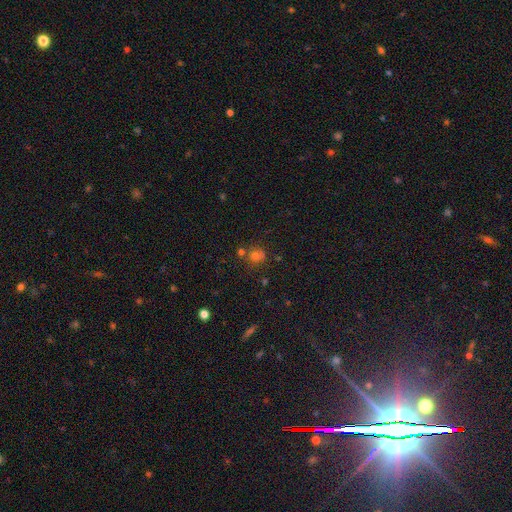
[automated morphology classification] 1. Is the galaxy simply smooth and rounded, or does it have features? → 60% smooth, 29% star or artifact, 10% featured or disk.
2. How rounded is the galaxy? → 78% round, 20% in between, 1% cigar-shaped.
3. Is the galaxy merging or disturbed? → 60% none, 20% merger, 14% minor disturbance, 6% major disturbance.